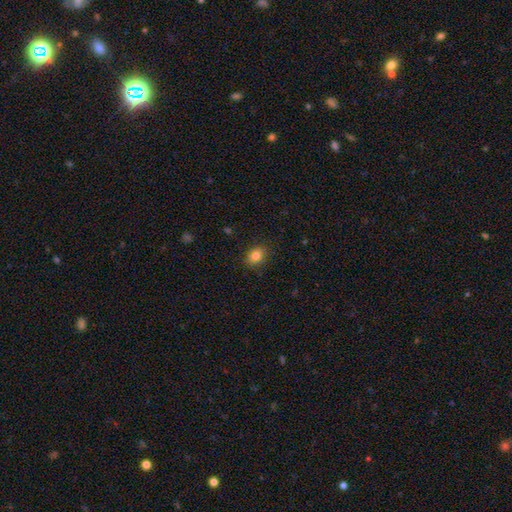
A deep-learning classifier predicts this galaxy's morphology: Overall: smooth (83%). How rounded: round (52%; in between 47%). Merging: none (89%).